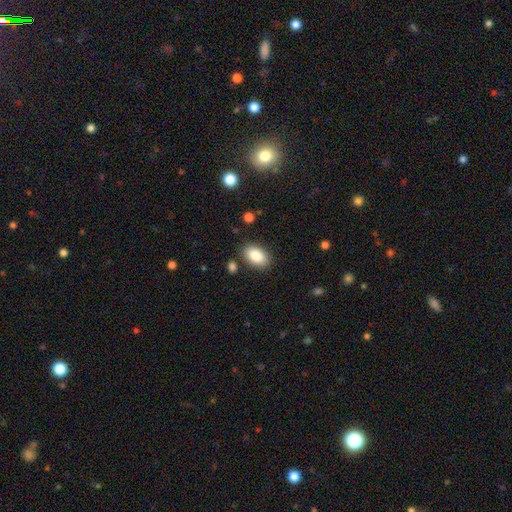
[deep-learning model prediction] Smooth or featured: smooth — 87% (star or artifact — 7%)
How rounded: in between — 92% (round — 6%)
Merging: none — 84% (minor disturbance — 10%)